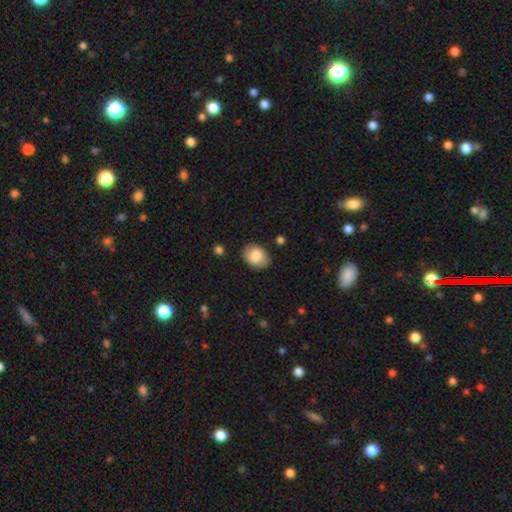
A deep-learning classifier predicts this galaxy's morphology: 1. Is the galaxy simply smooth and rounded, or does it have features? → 77% smooth, 16% featured or disk, 7% star or artifact.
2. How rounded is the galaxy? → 73% in between, 26% round, 1% cigar-shaped.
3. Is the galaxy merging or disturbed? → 82% none, 13% minor disturbance, 3% major disturbance, 2% merger.